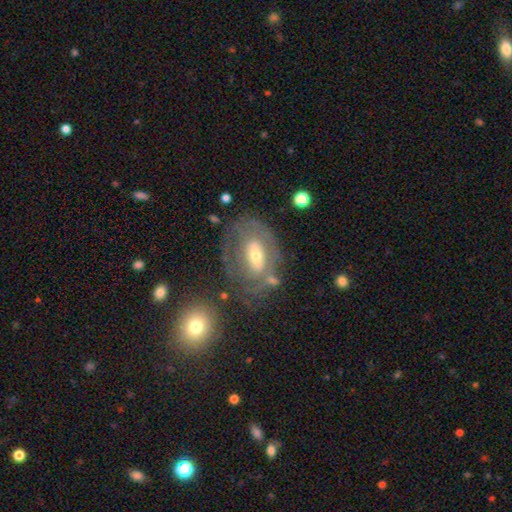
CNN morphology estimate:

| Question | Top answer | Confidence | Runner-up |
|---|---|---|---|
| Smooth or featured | featured or disk | 65% | smooth (27%) |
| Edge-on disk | no | 92% | yes (8%) |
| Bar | no | 50% | weak (32%) |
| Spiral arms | no | 50% | tied: yes (50%) |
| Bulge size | moderate | 50% | small (42%) |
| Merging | none | 58% | minor disturbance (20%) |